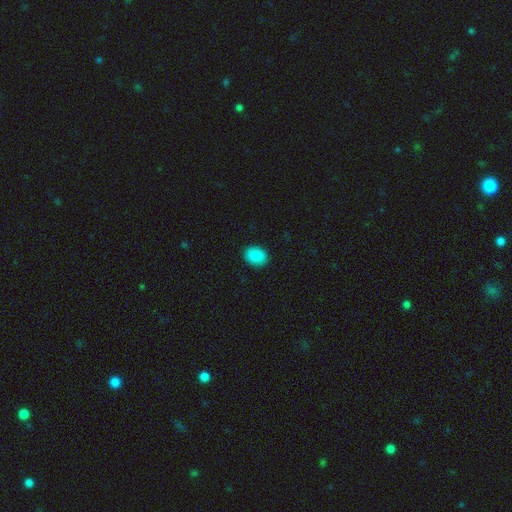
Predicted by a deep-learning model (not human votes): A smooth galaxy with no disk features (89%) that is in between round and cigar-shaped (59%).

Vote fractions:
- Smooth or featured? smooth: 89% / star or artifact: 9% / featured or disk: 3%
- How rounded? in between: 59% / round: 40% / cigar-shaped: 1%
- Merging? none: 89% / minor disturbance: 8% / major disturbance: 2% / merger: 1%